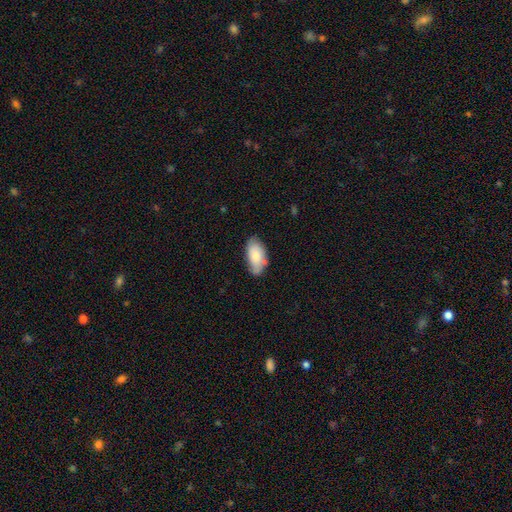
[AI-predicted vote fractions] A smooth galaxy with no disk features (79%) that is in between round and cigar-shaped (94%).

Vote fractions:
- Smooth or featured? smooth: 79% / featured or disk: 15% / star or artifact: 6%
- How rounded? in between: 94% / cigar-shaped: 3% / round: 3%
- Merging? none: 67% / minor disturbance: 25% / major disturbance: 5% / merger: 3%